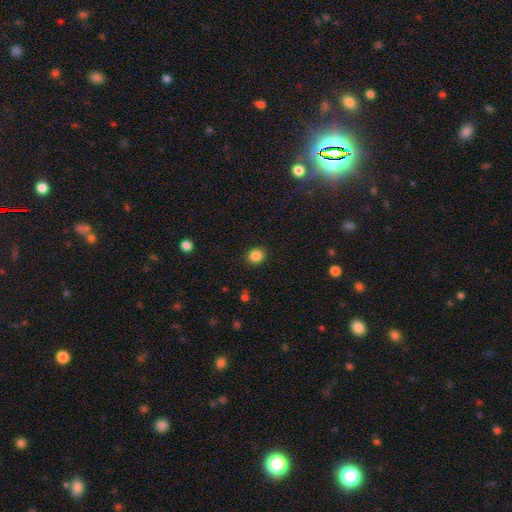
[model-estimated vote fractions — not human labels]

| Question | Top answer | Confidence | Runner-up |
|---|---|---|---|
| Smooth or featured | smooth | 86% | star or artifact (11%) |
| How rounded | round | 76% | in between (23%) |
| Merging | none | 90% | minor disturbance (7%) |